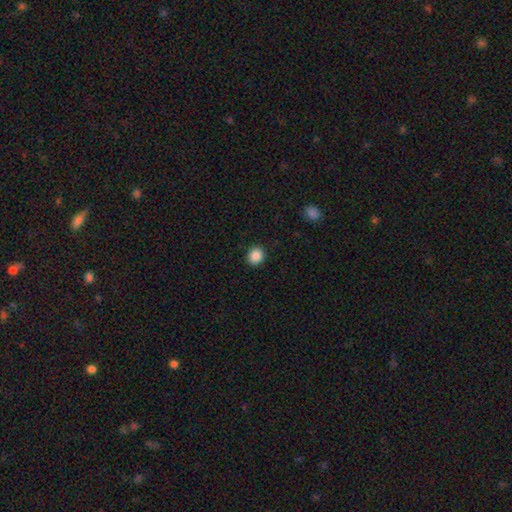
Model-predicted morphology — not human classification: A smooth galaxy with no disk features (88%) that is round (79%).

Vote fractions:
- Smooth or featured? smooth: 88% / star or artifact: 9% / featured or disk: 3%
- How rounded? round: 79% / in between: 20% / cigar-shaped: 1%
- Merging? none: 91% / minor disturbance: 6% / major disturbance: 2% / merger: 1%